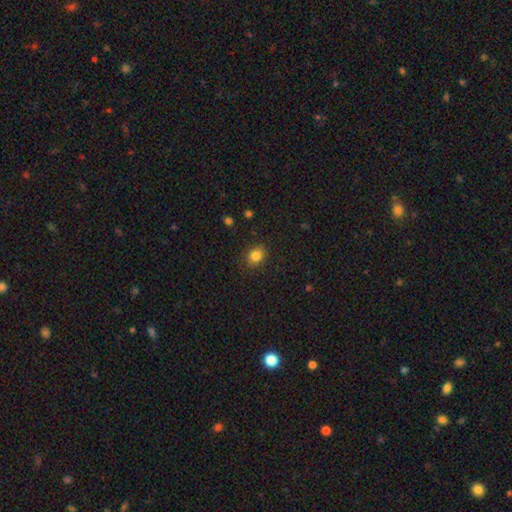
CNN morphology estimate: Smooth or featured? Predicted: smooth (p=0.84). How rounded? Predicted: round (p=0.58). Merging? Predicted: none (p=0.86).